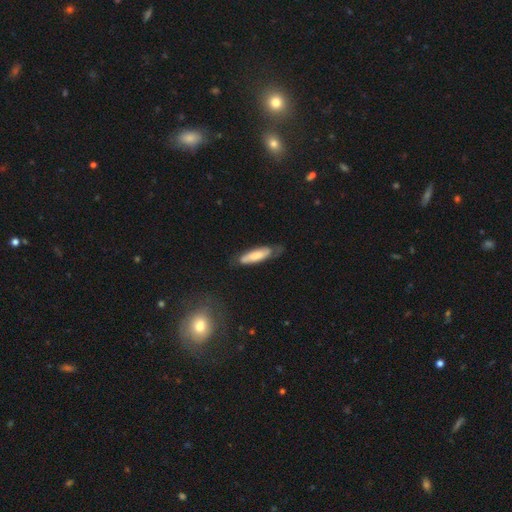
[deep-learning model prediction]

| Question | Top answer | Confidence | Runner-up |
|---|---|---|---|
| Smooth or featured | smooth | 65% | featured or disk (29%) |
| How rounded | cigar-shaped | 63% | in between (36%) |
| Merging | none | 61% | minor disturbance (27%) |